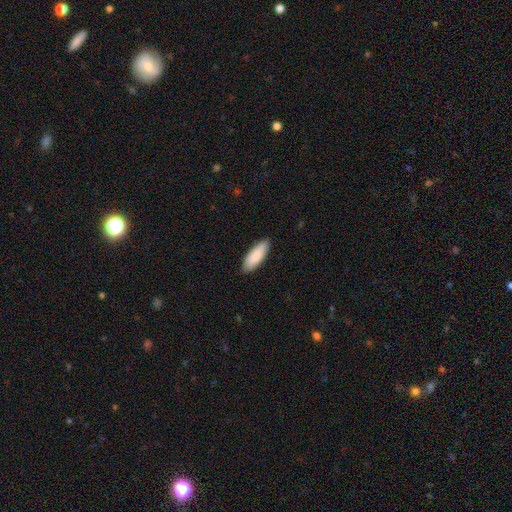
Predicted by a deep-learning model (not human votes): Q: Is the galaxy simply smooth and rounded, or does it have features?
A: smooth — 88%.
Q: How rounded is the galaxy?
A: in between — 65%.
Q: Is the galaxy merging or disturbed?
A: none — 88%.